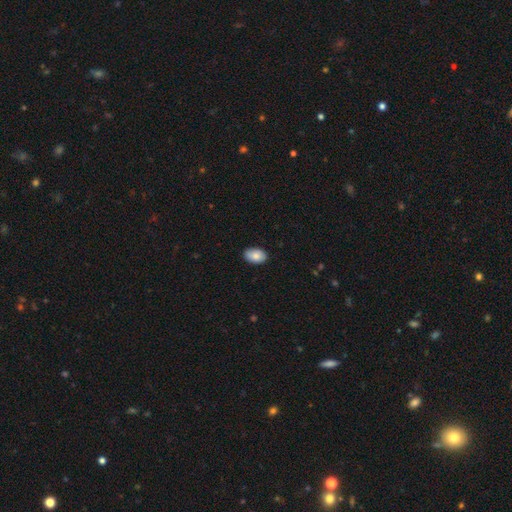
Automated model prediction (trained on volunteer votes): This is clearly a smooth galaxy (85%). How rounded: clearly in between (90%). Merging: clearly none (87%).